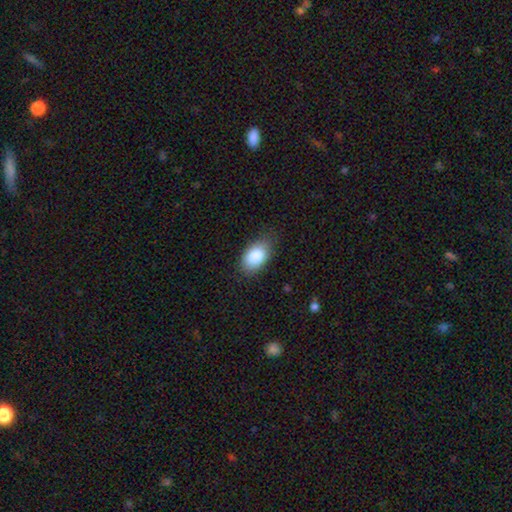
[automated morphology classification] Smooth or featured: smooth — 86% (featured or disk — 7%)
How rounded: in between — 91% (round — 8%)
Merging: none — 76% (minor disturbance — 19%)